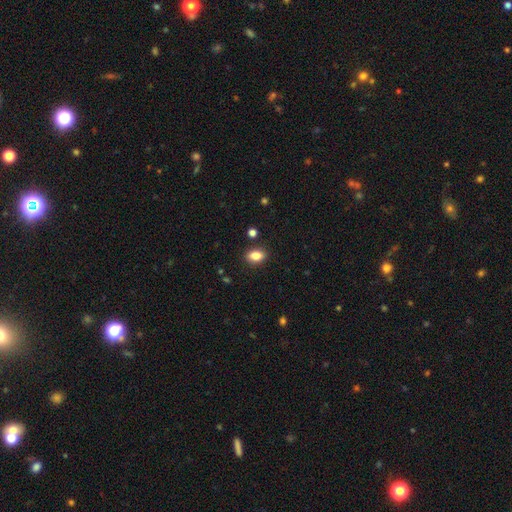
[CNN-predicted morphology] The model was most divided on "how rounded": in between: 82%, round: 16%, cigar-shaped: 2%. More confident: merging — none (87%); smooth or featured — smooth (84%).